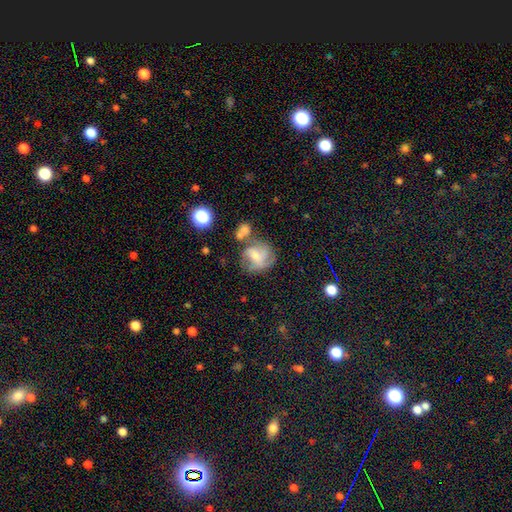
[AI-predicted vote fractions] Smooth or featured: featured or disk — 63% (smooth — 27%)
Edge-on disk: no — 97% (yes — 3%)
Bar: no — 46% (weak — 43%)
Spiral arms: yes — 84% (no — 16%)
Spiral winding: medium — 47% (tight — 31%)
Spiral arm count: 3 — 31% (can't tell — 28%)
Bulge size: small — 45% (moderate — 44%)
Merging: none — 42% (merger — 23%)